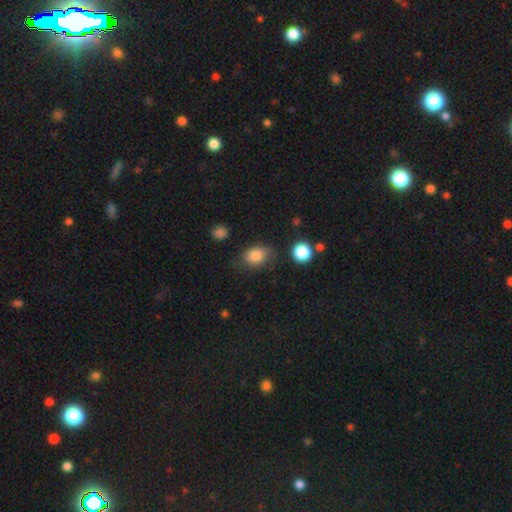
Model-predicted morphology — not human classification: Overall: smooth (82%). How rounded: in between (74%). Merging: none (67%).